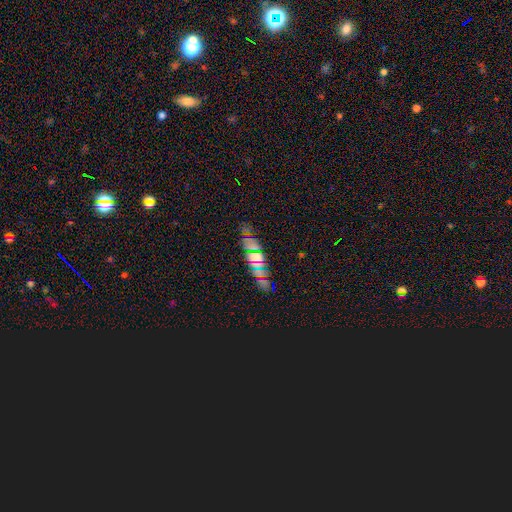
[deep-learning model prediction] smooth-or-featured: smooth: 50% | star or artifact: 32% | featured or disk: 18%
  how-rounded: in between: 70% | cigar-shaped: 19% | round: 11%
  merging: none: 77% | minor disturbance: 14% | major disturbance: 5% | merger: 3%